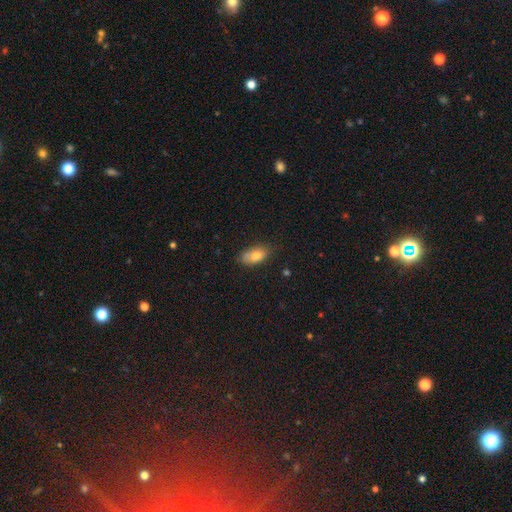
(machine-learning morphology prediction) This is likely a smooth galaxy (77%). How rounded: clearly in between (88%). Merging: possibly none (59%).